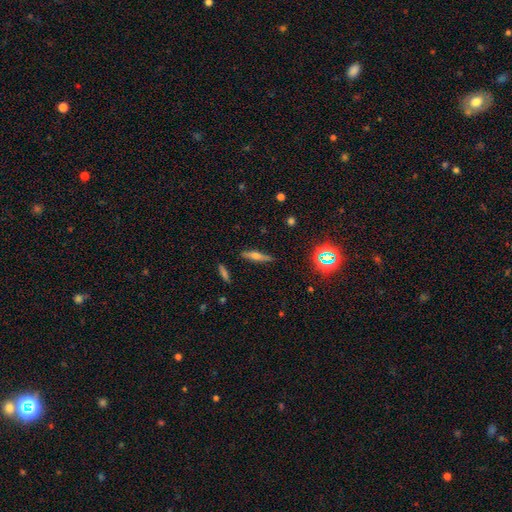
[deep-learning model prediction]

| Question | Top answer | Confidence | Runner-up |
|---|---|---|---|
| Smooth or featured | featured or disk | 49% | smooth (40%) |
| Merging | none | 85% | minor disturbance (11%) |